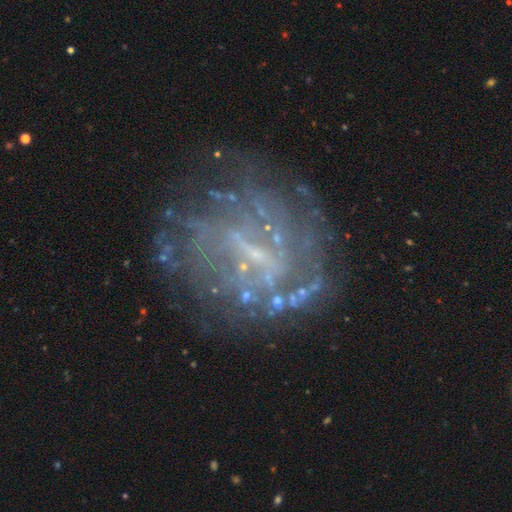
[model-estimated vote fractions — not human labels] Q: Smooth or featured?
A: featured or disk (74%); runner-up: star or artifact (14%)
Q: Edge-on disk?
A: no (97%); runner-up: yes (3%)
Q: Bar?
A: weak (43%); runner-up: no (39%)
Q: Spiral arms?
A: yes (54%); runner-up: no (46%)
Q: Bulge size?
A: small (51%); runner-up: none (37%)
Q: Merging?
A: none (64%); runner-up: major disturbance (17%)